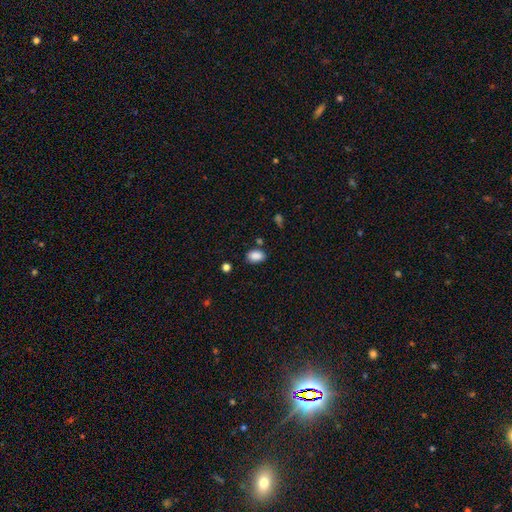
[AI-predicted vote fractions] smooth 88%, star or artifact 8%, featured or disk 4%. Down the decision tree: how rounded — in between (85%); merging — none (78%).